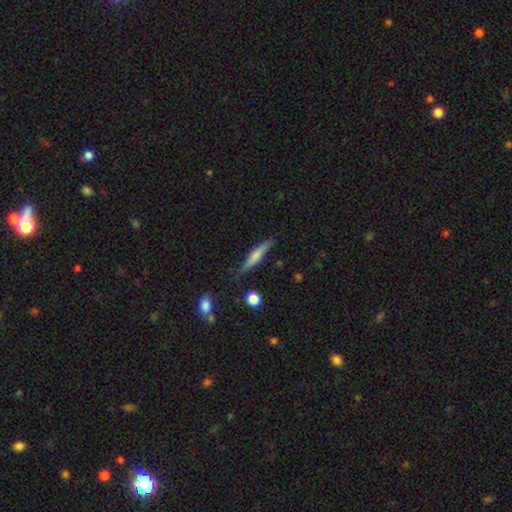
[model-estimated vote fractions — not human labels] A smooth galaxy with no disk features (57%) that is cigar-shaped (88%).

Vote fractions:
- Smooth or featured? smooth: 57% / featured or disk: 37% / star or artifact: 7%
- How rounded? cigar-shaped: 88% / in between: 10% / round: 2%
- Merging? none: 79% / minor disturbance: 15% / major disturbance: 3% / merger: 3%